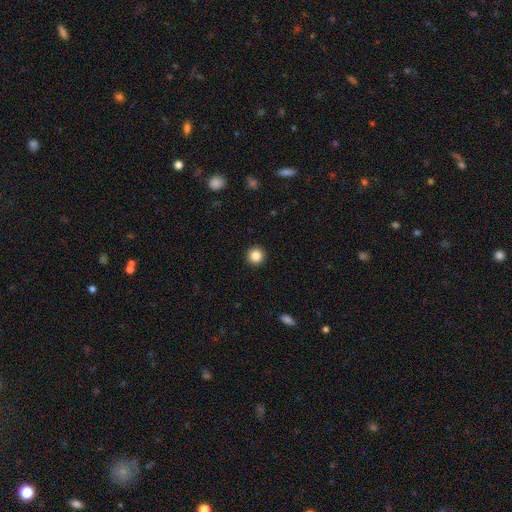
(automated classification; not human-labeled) smooth-or-featured: smooth: 86% | star or artifact: 10% | featured or disk: 4%
  how-rounded: round: 96% | in between: 3% | cigar-shaped: 1%
  merging: none: 93% | minor disturbance: 4% | major disturbance: 2% | merger: 1%